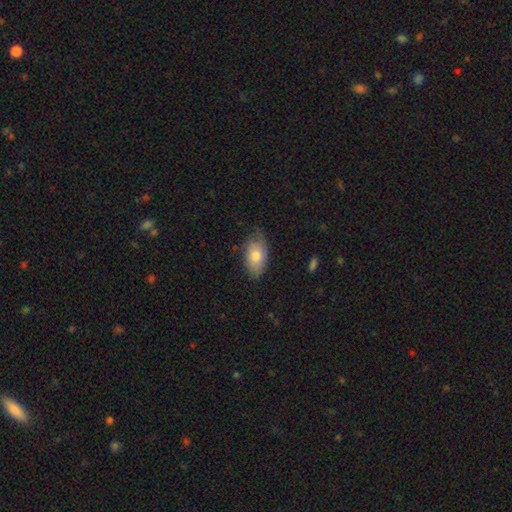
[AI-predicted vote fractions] Q: Smooth or featured?
A: smooth (77%); runner-up: featured or disk (16%)
Q: How rounded?
A: in between (91%); runner-up: round (6%)
Q: Merging?
A: none (68%); runner-up: minor disturbance (26%)